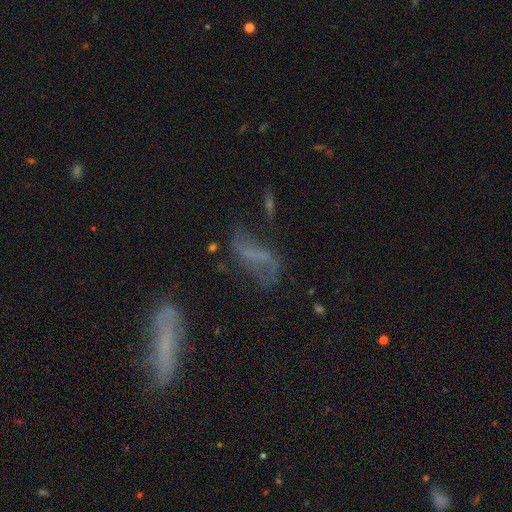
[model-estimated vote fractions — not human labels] This appears to be a featured or disk galaxy (55%). Merging: none (49%).